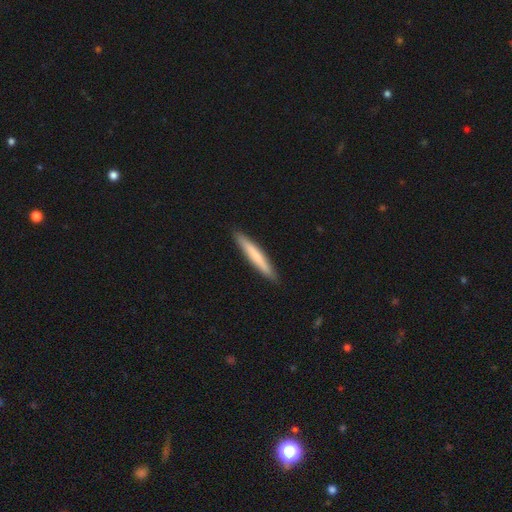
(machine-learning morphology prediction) This appears to be a smooth galaxy with no disk features (69%) that is cigar-shaped (95%). Merging: none (91%).